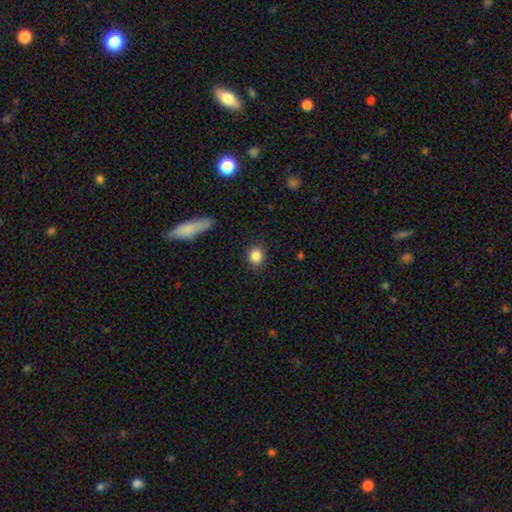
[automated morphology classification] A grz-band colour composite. It shows a smooth galaxy with no disk features (86%) that is round (77%). Merging: none (89%).